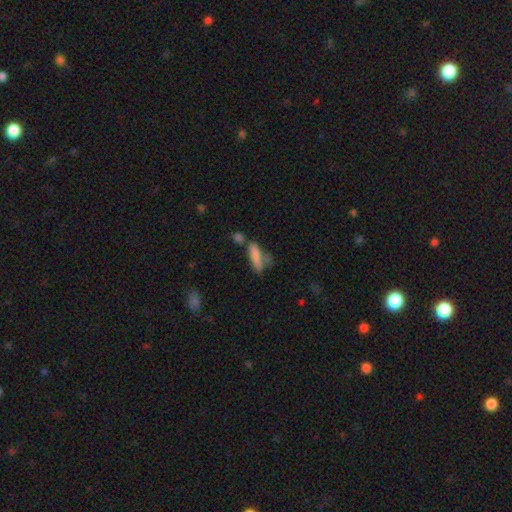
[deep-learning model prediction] The model was most divided on "merging": none: 45%, minor disturbance: 22%, merger: 20%, major disturbance: 12%. More confident: smooth or featured — smooth (78%); how rounded — cigar-shaped (67%).